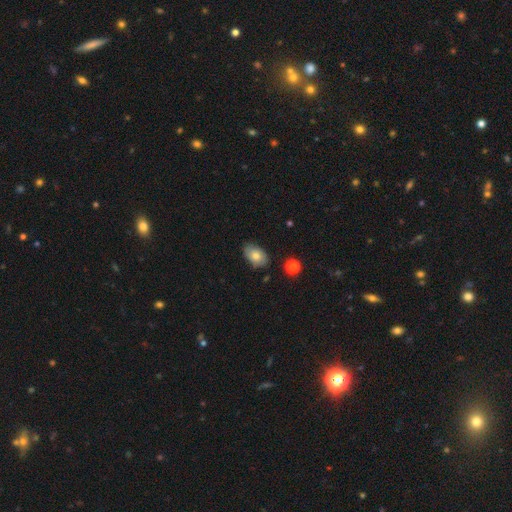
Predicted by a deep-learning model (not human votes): This is likely a smooth galaxy (77%). How rounded: clearly in between (88%). Merging: likely none (79%).